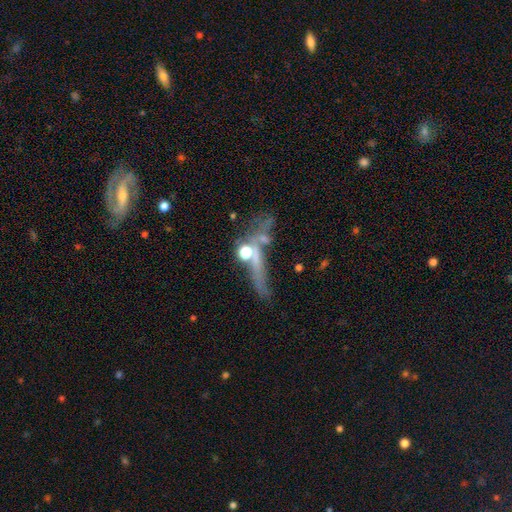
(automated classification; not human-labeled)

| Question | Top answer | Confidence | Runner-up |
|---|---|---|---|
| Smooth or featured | featured or disk | 46% | smooth (31%) |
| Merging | none | 35% | major disturbance (26%) |